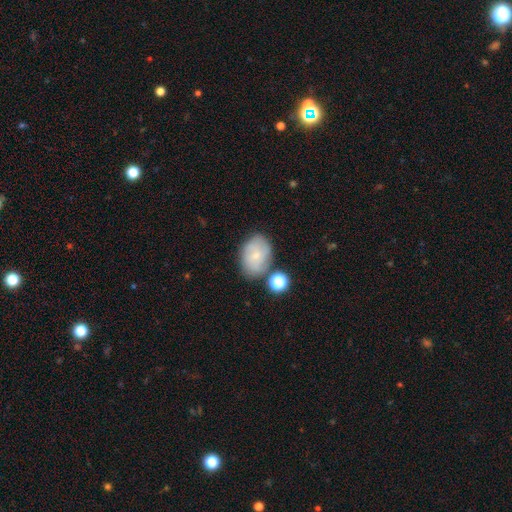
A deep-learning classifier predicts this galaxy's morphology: smooth-or-featured: smooth: 55% | featured or disk: 35% | star or artifact: 10%
  how-rounded: in between: 69% | round: 30% | cigar-shaped: 1%
  merging: none: 67% | minor disturbance: 19% | merger: 9% | major disturbance: 6%